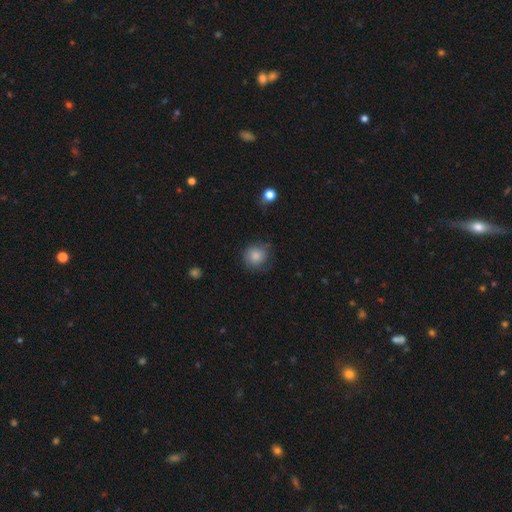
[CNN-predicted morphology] Smooth or featured? Predicted: smooth (p=0.81). How rounded? Predicted: round (p=0.86). Merging? Predicted: none (p=0.68).